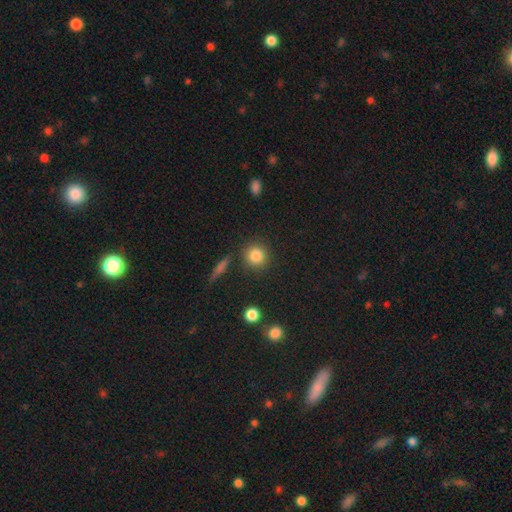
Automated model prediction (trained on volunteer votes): A smooth galaxy with no disk features (84%) that is round (90%).

Vote fractions:
- Smooth or featured? smooth: 84% / star or artifact: 10% / featured or disk: 6%
- How rounded? round: 90% / in between: 8% / cigar-shaped: 2%
- Merging? none: 86% / minor disturbance: 8% / merger: 4% / major disturbance: 3%